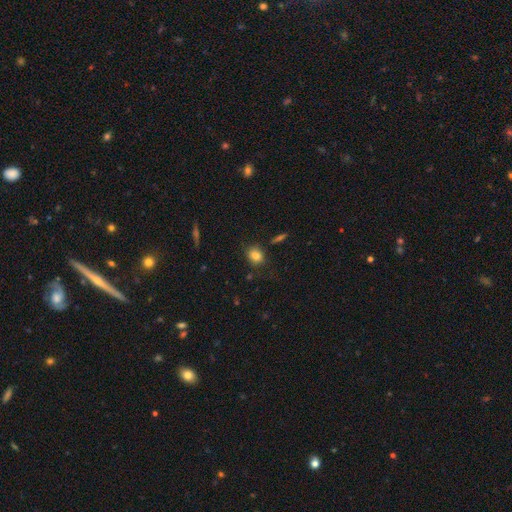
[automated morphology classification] This appears to be a smooth galaxy with no disk features (81%) that is round (65%). Merging: none (80%).